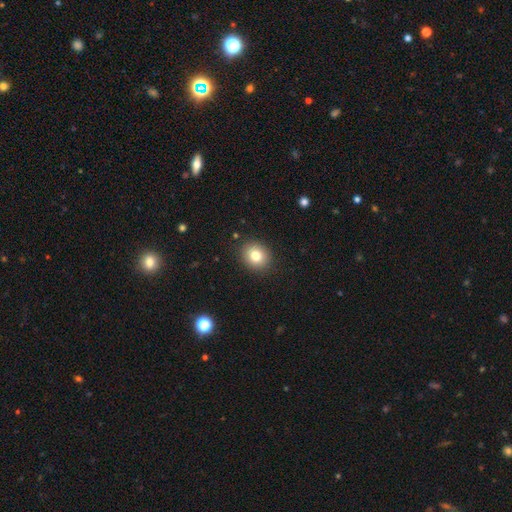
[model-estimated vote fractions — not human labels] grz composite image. It shows a smooth galaxy with no disk features (80%) that is round (74%). Merging: none (90%).